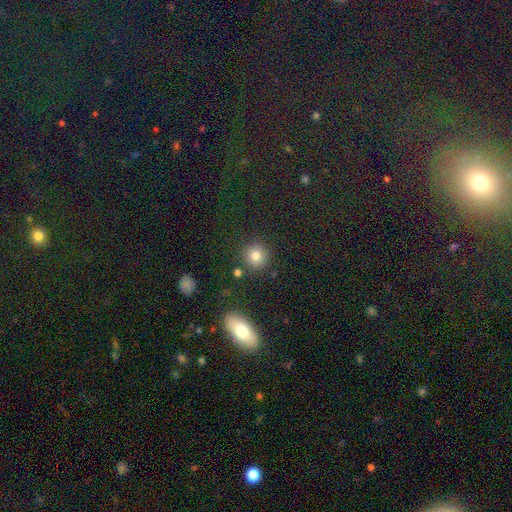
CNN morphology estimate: Overall: smooth (80%). How rounded: round (93%). Merging: none (88%).